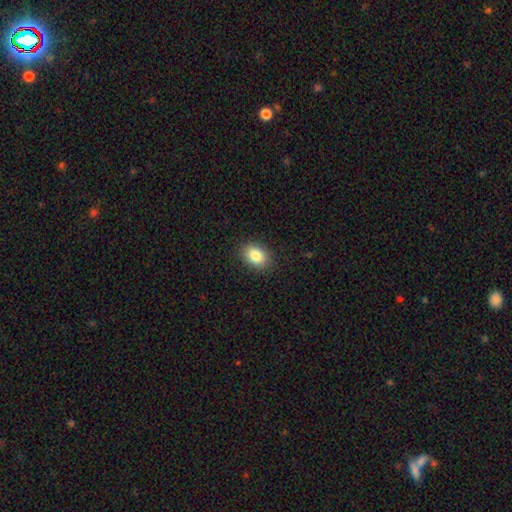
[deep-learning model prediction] Overall: smooth (86%). How rounded: in between (78%). Merging: none (88%).